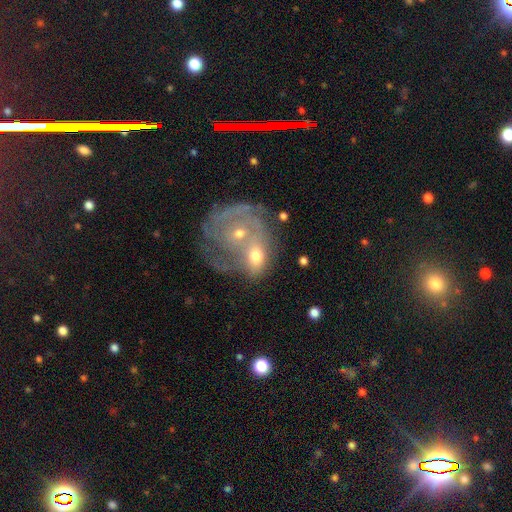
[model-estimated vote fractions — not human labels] Smooth or featured?
  - featured or disk: 52% *
  - smooth: 39%
  - star or artifact: 9%
Edge-on disk?
  - no: 95% *
  - yes: 5%
Merging?
  - merger: 60% *
  - none: 19%
  - major disturbance: 11%
  - minor disturbance: 10%